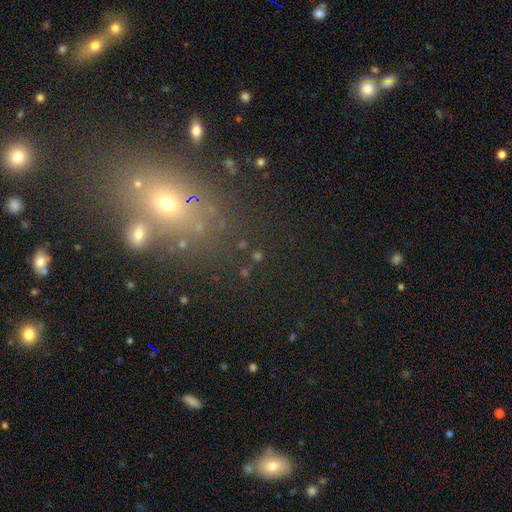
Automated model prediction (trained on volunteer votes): Smooth or featured? Predicted: star or artifact (p=0.43).